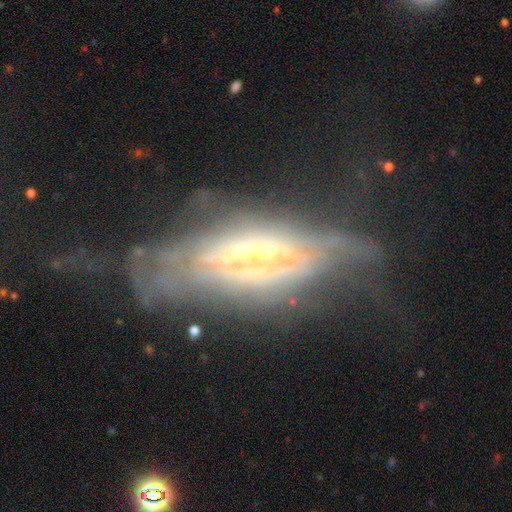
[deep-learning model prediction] featured or disk 74%, smooth 16%, star or artifact 9%. Down the decision tree: edge-on disk — yes (57%); merging — major disturbance (41%).